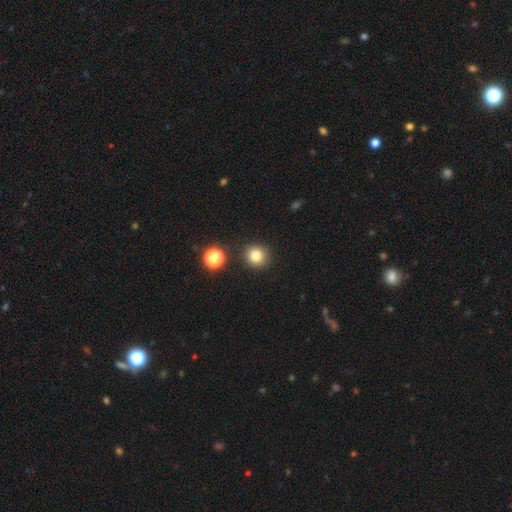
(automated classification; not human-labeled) Morphology: type=smooth (81%); roundness=round (92%); merging=none (88%).